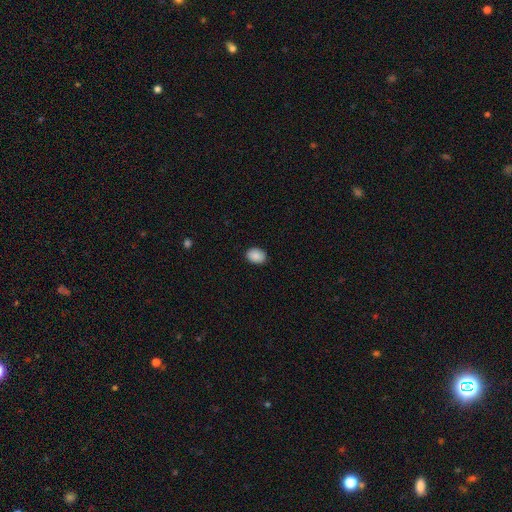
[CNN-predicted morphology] A smooth galaxy with no disk features (89%) that is in between round and cigar-shaped (68%).

Vote fractions:
- Smooth or featured? smooth: 89% / star or artifact: 8% / featured or disk: 3%
- How rounded? in between: 68% / round: 31% / cigar-shaped: 1%
- Merging? none: 89% / minor disturbance: 9% / major disturbance: 2% / merger: 1%